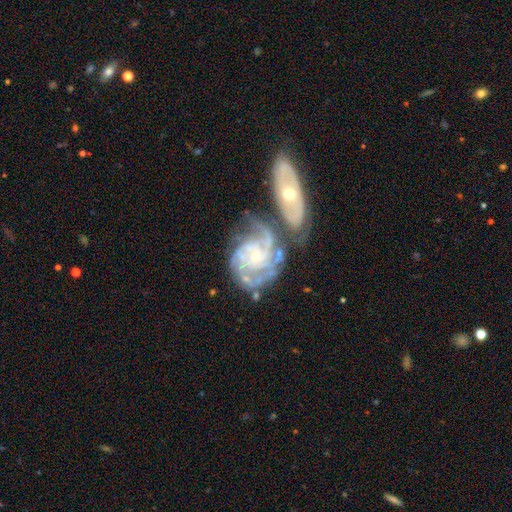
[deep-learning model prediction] featured or disk 89%, smooth 5%, star or artifact 5%. Down the decision tree: edge-on disk — no (97%); bar — no (74%); spiral arms — yes (97%); spiral arm count — 3 (25%); spiral winding — tight (67%); bulge size — small (76%); merging — none (34%).